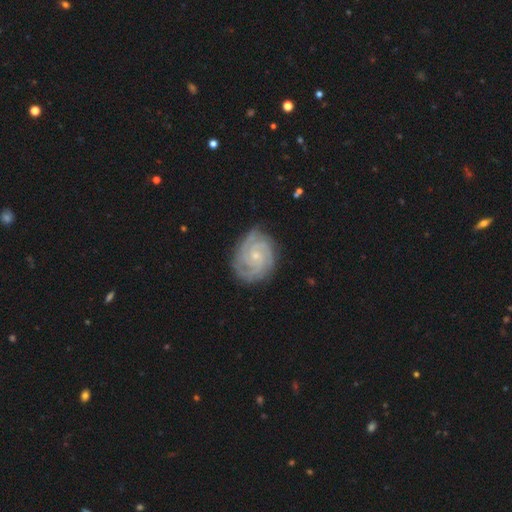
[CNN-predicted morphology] featured or disk 89%, smooth 5%, star or artifact 5%. Down the decision tree: edge-on disk — no (98%); bar — no (73%); spiral arms — yes (98%); spiral arm count — 3 (35%); spiral winding — tight (79%); bulge size — small (76%); merging — none (81%).